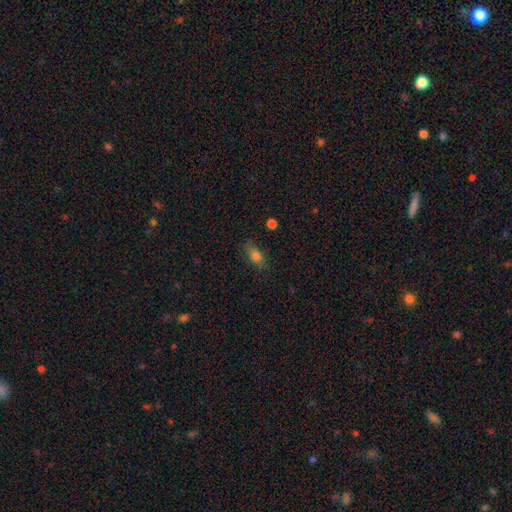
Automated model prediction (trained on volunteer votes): The model was most divided on "merging": none: 73%, minor disturbance: 19%, major disturbance: 6%, merger: 2%. More confident: how rounded — in between (77%); smooth or featured — smooth (76%).